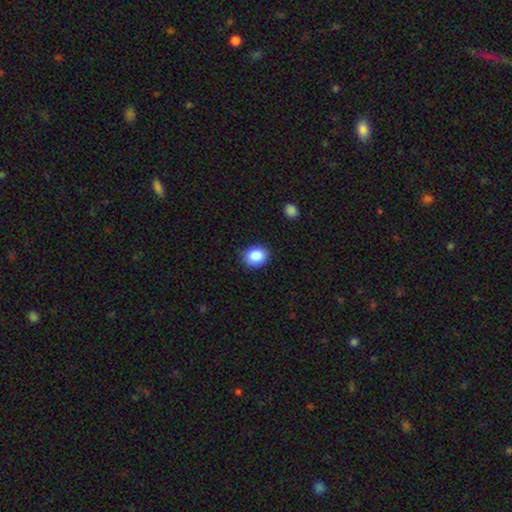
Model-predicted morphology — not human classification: smooth_or_featured: smooth (p=0.88) [alt: star or artifact p=0.08]
how_rounded: round (p=0.59) [alt: in between p=0.40]
merging: none (p=0.87) [alt: minor disturbance p=0.09]